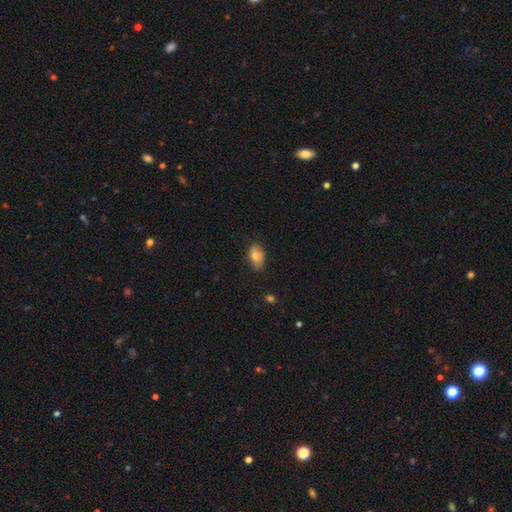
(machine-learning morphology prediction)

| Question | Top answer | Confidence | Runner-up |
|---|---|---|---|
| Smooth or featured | smooth | 75% | featured or disk (17%) |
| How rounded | in between | 89% | round (9%) |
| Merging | none | 74% | minor disturbance (21%) |